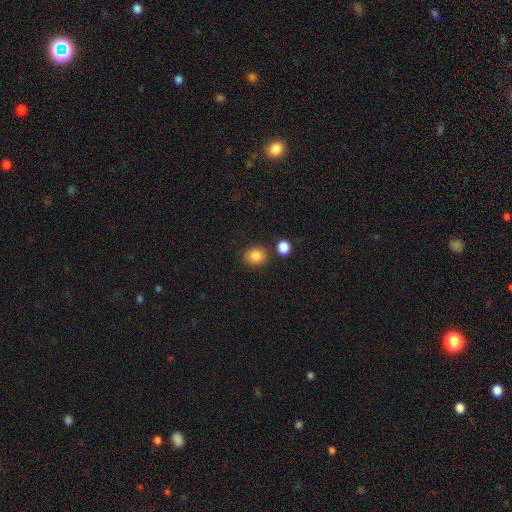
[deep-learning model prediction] Morphology: type=smooth (85%); roundness=round (76%); merging=none (80%).